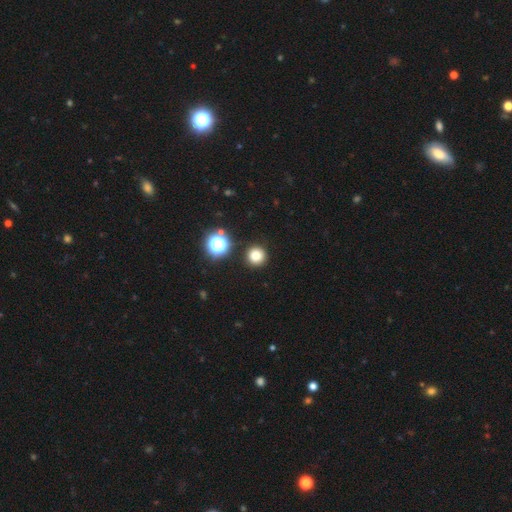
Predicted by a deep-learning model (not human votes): smooth-or-featured: smooth: 79% | star or artifact: 16% | featured or disk: 5%
  how-rounded: round: 95% | in between: 4% | cigar-shaped: 1%
  merging: none: 91% | minor disturbance: 5% | major disturbance: 2% | merger: 2%